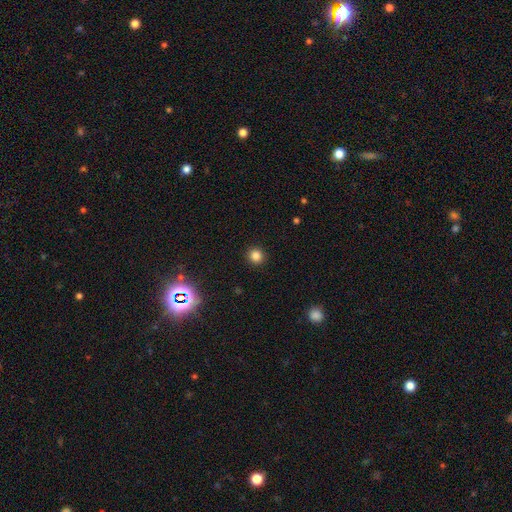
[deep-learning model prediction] Morphology: type=smooth (82%); roundness=round (93%); merging=none (92%).